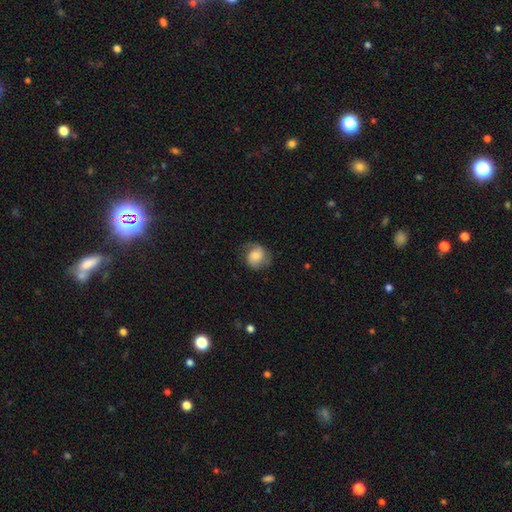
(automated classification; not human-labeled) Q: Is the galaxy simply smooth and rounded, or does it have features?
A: smooth — 58%.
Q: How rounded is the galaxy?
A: round — 72%.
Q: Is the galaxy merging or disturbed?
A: none — 65%.